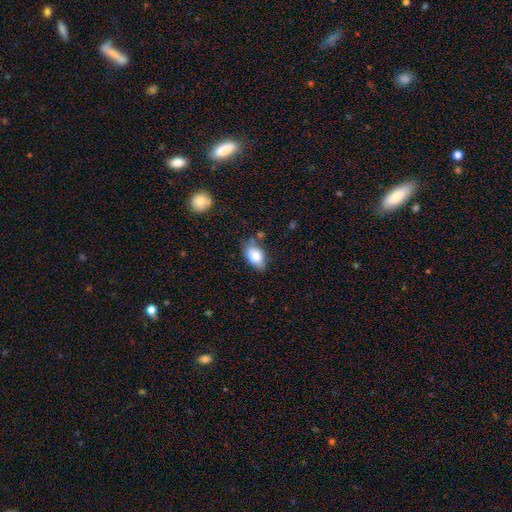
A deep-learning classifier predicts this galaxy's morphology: smooth 80%, featured or disk 12%, star or artifact 8%. Down the decision tree: how rounded — in between (88%); merging — none (66%).